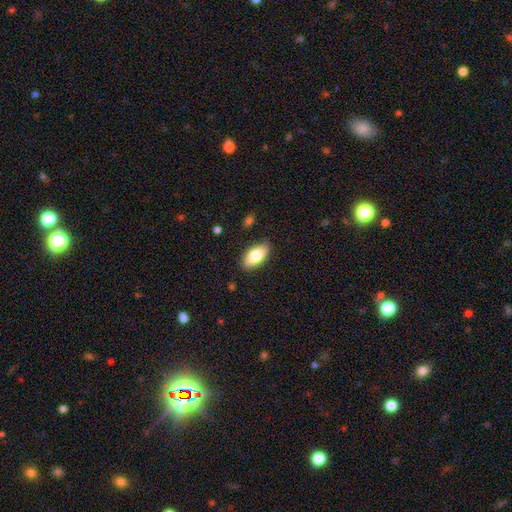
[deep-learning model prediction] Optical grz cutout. It shows a smooth galaxy with no disk features (80%) that is in between round and cigar-shaped (92%). Merging: none (86%).